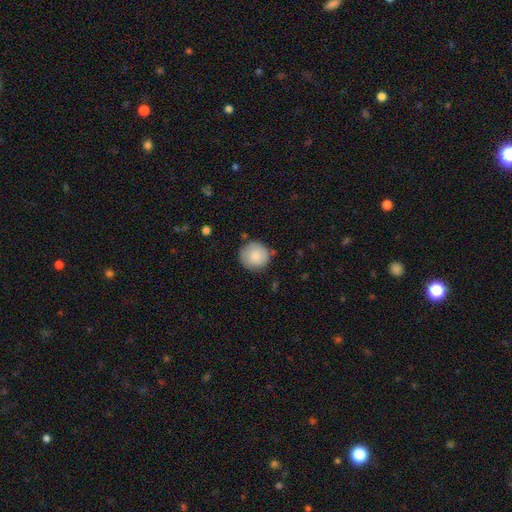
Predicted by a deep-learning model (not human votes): This appears to be a smooth galaxy with no disk features (84%) that is round (92%). Merging: none (79%).